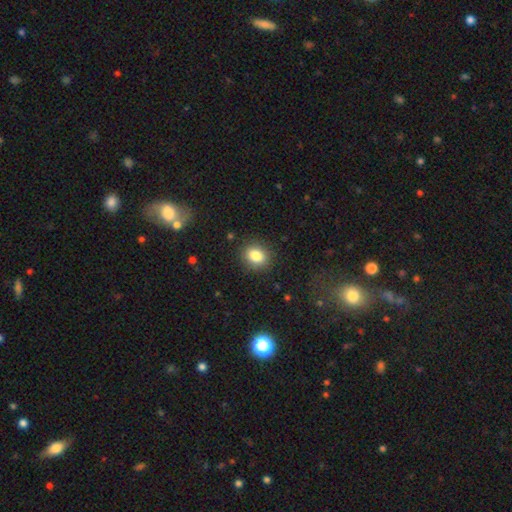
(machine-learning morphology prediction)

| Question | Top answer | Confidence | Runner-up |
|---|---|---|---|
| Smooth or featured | smooth | 83% | star or artifact (10%) |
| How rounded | round | 61% | in between (38%) |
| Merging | none | 88% | minor disturbance (8%) |